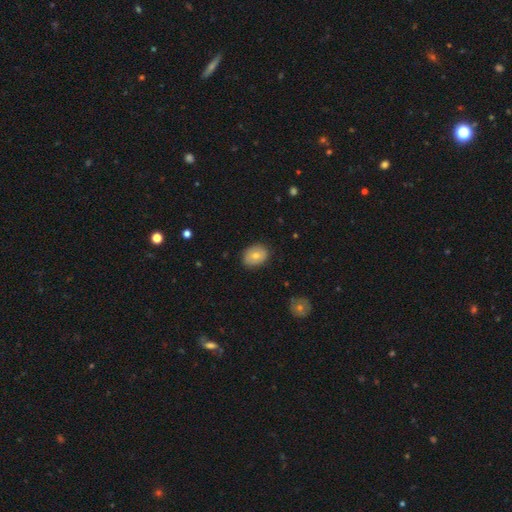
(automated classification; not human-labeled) A smooth galaxy with no disk features (70%) that is in between round and cigar-shaped (63%).

Vote fractions:
- Smooth or featured? smooth: 70% / featured or disk: 22% / star or artifact: 8%
- How rounded? in between: 63% / round: 36% / cigar-shaped: 1%
- Merging? none: 84% / minor disturbance: 12% / major disturbance: 3% / merger: 1%